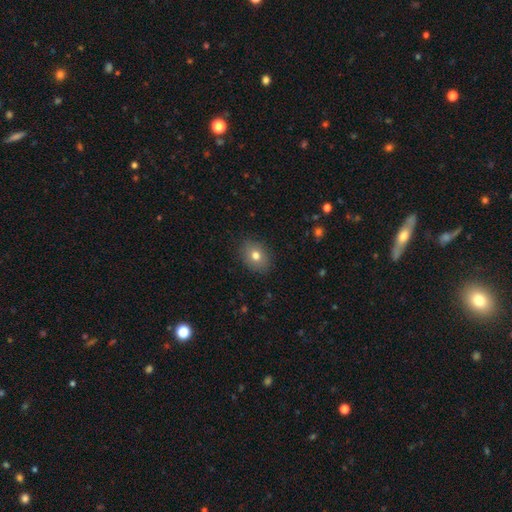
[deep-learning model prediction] Overall: smooth (76%). How rounded: in between (51%; round 48%). Merging: none (87%).